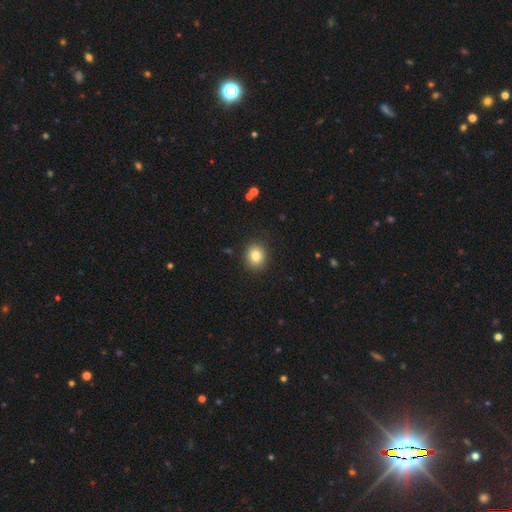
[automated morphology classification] Overall: smooth (82%). How rounded: round (73%). Merging: none (90%).